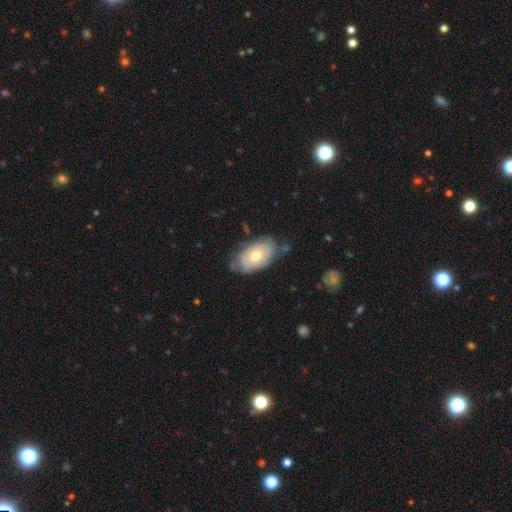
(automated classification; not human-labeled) Smooth or featured?
  - smooth: 49% *
  - featured or disk: 45%
  - star or artifact: 6%
Merging?
  - none: 68% *
  - minor disturbance: 24%
  - major disturbance: 5%
  - merger: 3%